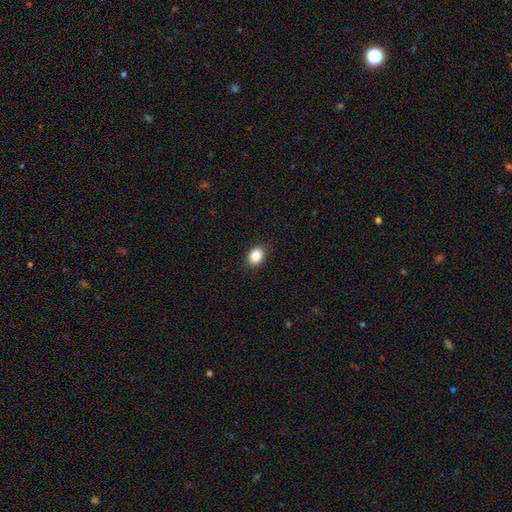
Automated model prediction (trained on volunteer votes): Smooth or featured?
  - smooth: 89% *
  - star or artifact: 8%
  - featured or disk: 3%
How rounded?
  - in between: 73% *
  - round: 26%
  - cigar-shaped: 1%
Merging?
  - none: 87% *
  - minor disturbance: 10%
  - major disturbance: 2%
  - merger: 1%